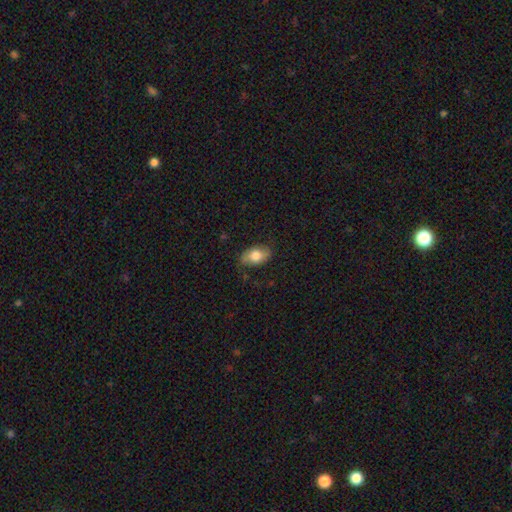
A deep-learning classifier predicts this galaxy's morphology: The model was most divided on "smooth or featured": smooth: 75%, featured or disk: 18%, star or artifact: 7%. More confident: how rounded — in between (90%); merging — none (79%).